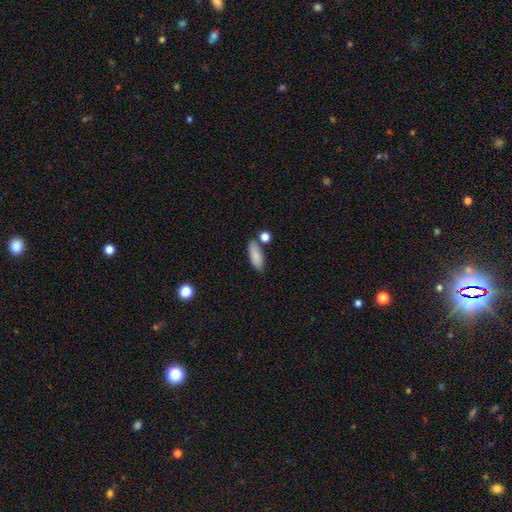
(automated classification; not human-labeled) The model was most divided on "merging": none: 69%, minor disturbance: 14%, merger: 13%, major disturbance: 4%. More confident: smooth or featured — smooth (85%); how rounded — in between (77%).